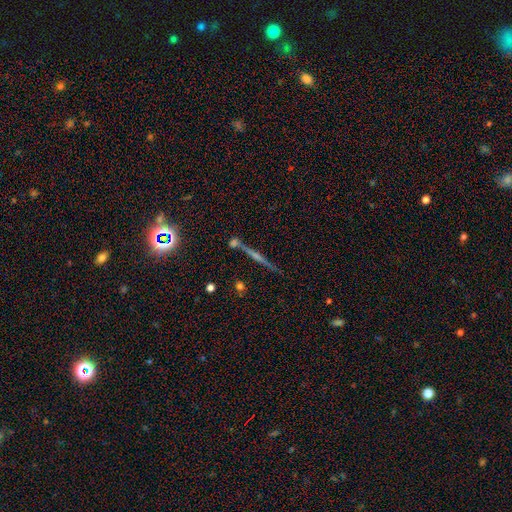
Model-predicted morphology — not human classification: Smooth or featured: featured or disk — 65% (star or artifact — 20%)
Edge-on disk: yes — 96% (no — 4%)
Edge-on bulge: rounded — 67% (none — 22%)
Merging: none — 78% (merger — 9%)